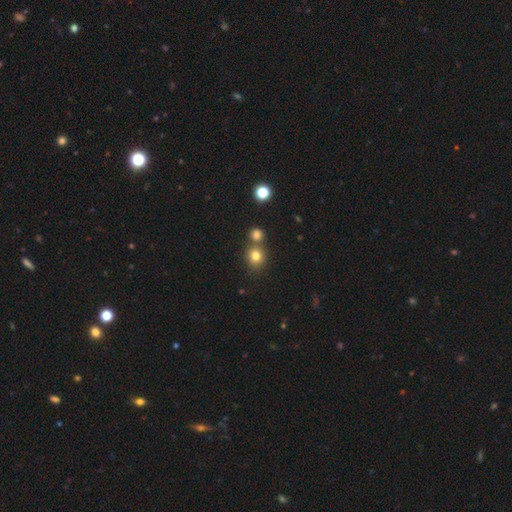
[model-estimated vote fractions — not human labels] smooth-or-featured: smooth: 79% | star or artifact: 14% | featured or disk: 7%
  how-rounded: round: 87% | in between: 12% | cigar-shaped: 1%
  merging: none: 65% | merger: 24% | minor disturbance: 8% | major disturbance: 3%